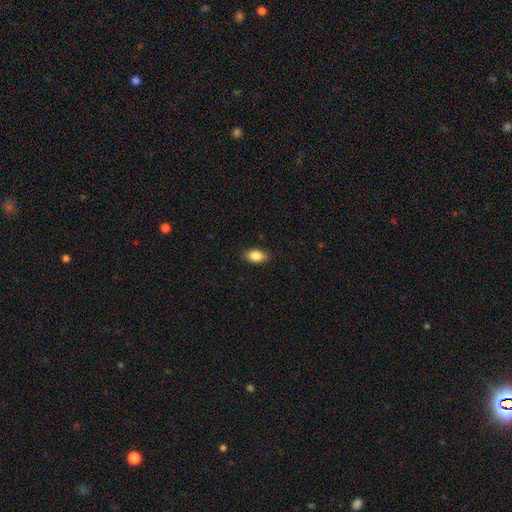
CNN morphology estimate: Smooth or featured: smooth — 87% (star or artifact — 8%)
How rounded: in between — 90% (round — 7%)
Merging: none — 89% (minor disturbance — 9%)